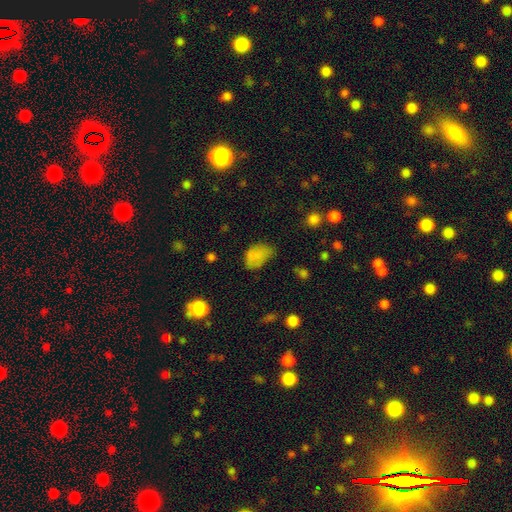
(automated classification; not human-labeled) A smooth galaxy with no disk features (76%) that is in between round and cigar-shaped (88%). Merging: none (46%).